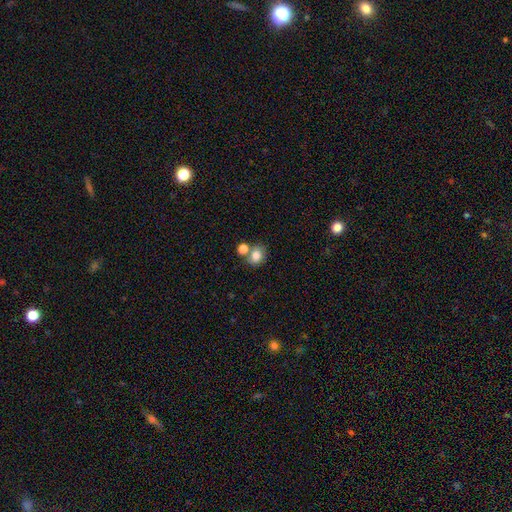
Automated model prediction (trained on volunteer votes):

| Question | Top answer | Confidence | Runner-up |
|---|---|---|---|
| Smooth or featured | smooth | 80% | star or artifact (10%) |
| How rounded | round | 62% | in between (37%) |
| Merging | none | 54% | merger (30%) |